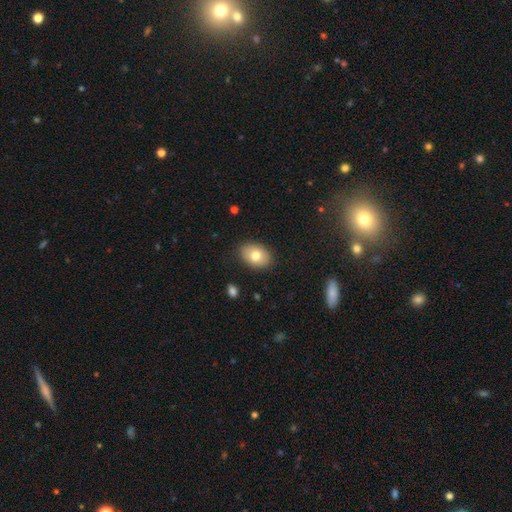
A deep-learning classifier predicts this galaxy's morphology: Smooth or featured?
  - smooth: 75% *
  - featured or disk: 17%
  - star or artifact: 8%
How rounded?
  - in between: 79% *
  - round: 20%
  - cigar-shaped: 1%
Merging?
  - none: 86% *
  - minor disturbance: 10%
  - major disturbance: 2%
  - merger: 1%